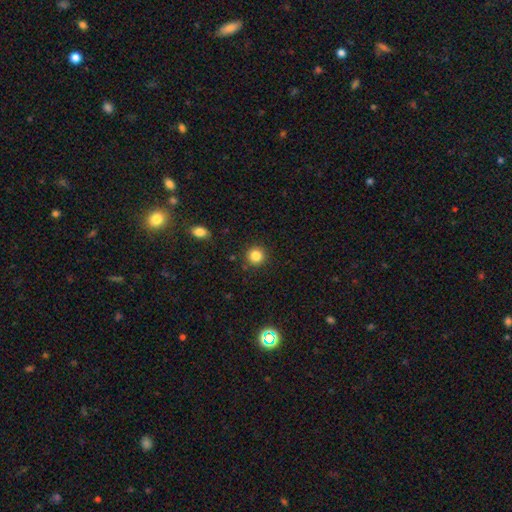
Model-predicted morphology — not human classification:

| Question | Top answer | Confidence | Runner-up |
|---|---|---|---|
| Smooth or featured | smooth | 84% | star or artifact (11%) |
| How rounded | round | 94% | in between (6%) |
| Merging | none | 90% | minor disturbance (6%) |